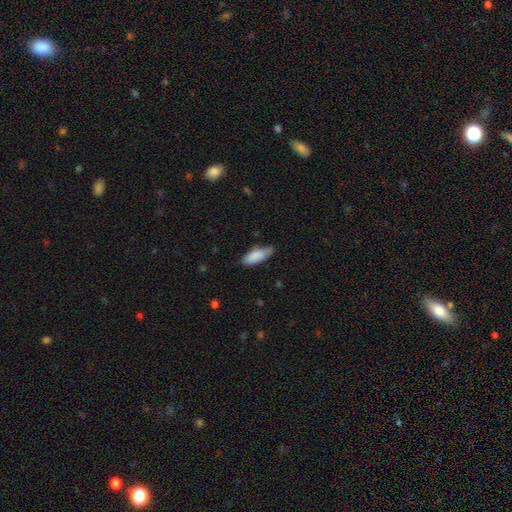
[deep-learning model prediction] Morphology: type=smooth (85%); roundness=in between (76%); merging=none (64%).